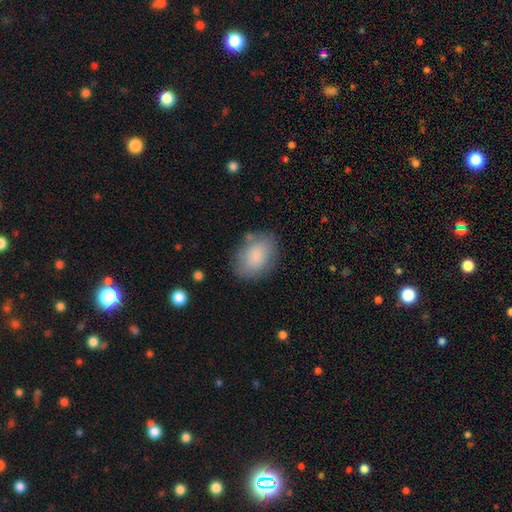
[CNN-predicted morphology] A smooth galaxy with no disk features (83%) that is in between round and cigar-shaped (75%). Merging: none (77%).